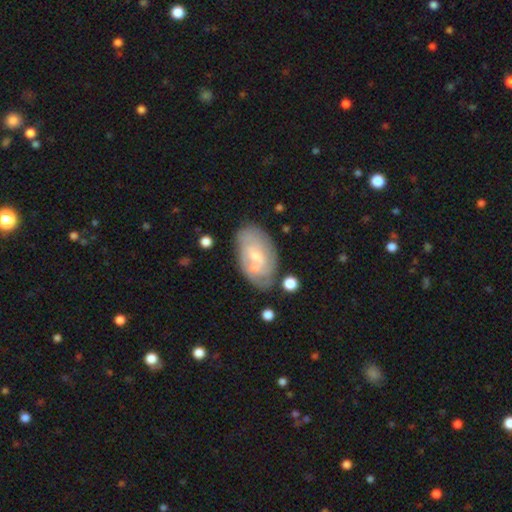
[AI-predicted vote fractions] Smooth or featured? Predicted: featured or disk (p=0.61). Edge-on disk? Predicted: no (p=0.94). Bar? Predicted: no (p=0.57). Spiral arms? Predicted: yes (p=0.70). Bulge size? Predicted: small (p=0.57). Merging? Predicted: none (p=0.61).